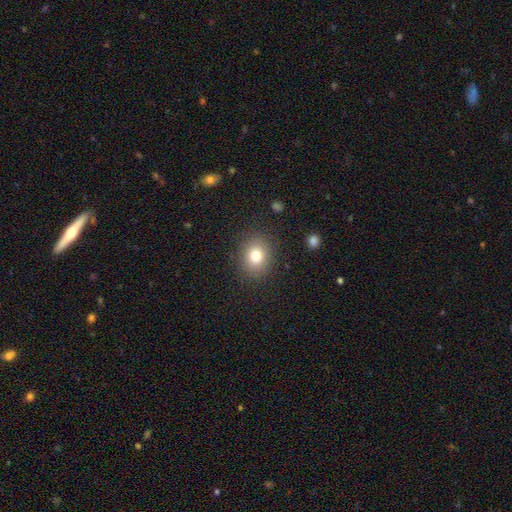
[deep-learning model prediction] This appears to be a smooth galaxy with no disk features (79%) that is round (59%). Merging: none (87%).